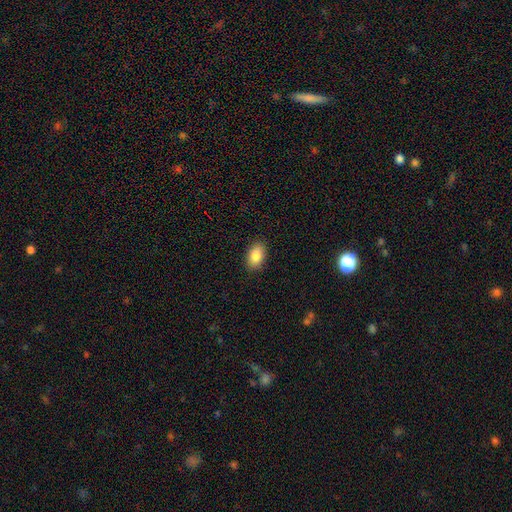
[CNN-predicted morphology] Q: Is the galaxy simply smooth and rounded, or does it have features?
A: smooth — 86%.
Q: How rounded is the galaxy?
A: in between — 91%.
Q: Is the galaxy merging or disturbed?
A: none — 89%.